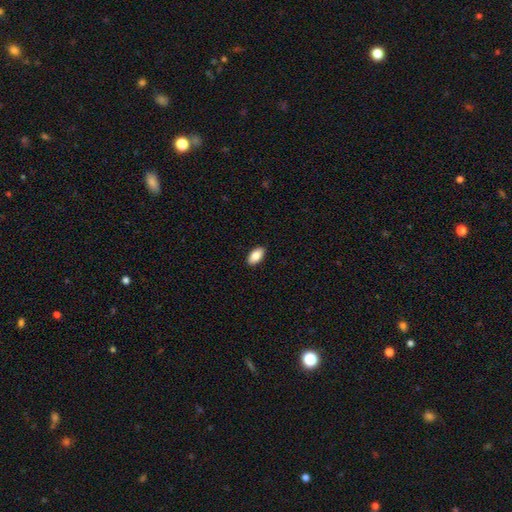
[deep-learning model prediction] smooth-or-featured: smooth: 85% | featured or disk: 8% | star or artifact: 7%
  how-rounded: in between: 93% | round: 3% | cigar-shaped: 3%
  merging: none: 90% | minor disturbance: 8% | major disturbance: 2% | merger: 1%